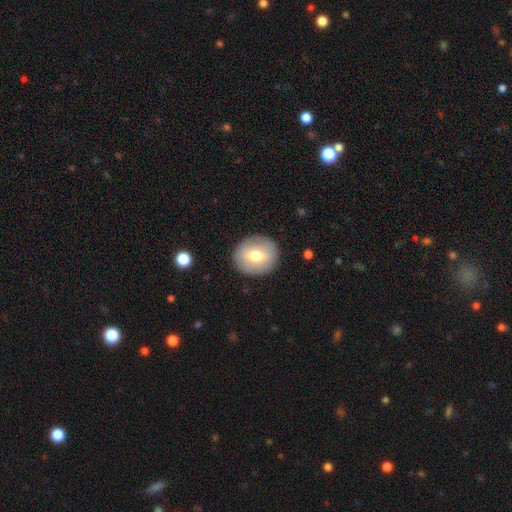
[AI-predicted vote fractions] Overall: smooth (62%; featured or disk 31%). How rounded: round (78%). Merging: none (88%).